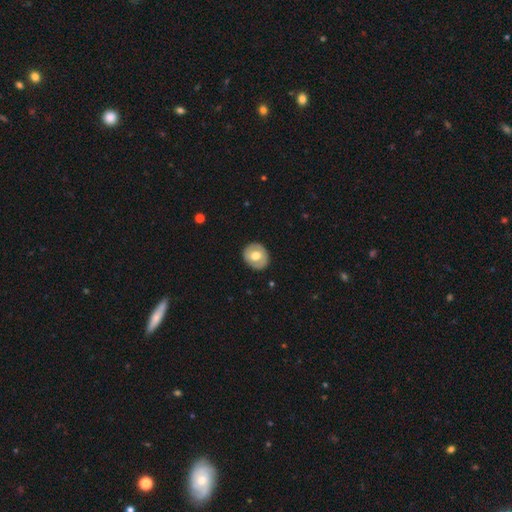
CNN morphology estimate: smooth_or_featured: smooth (p=0.56) [alt: featured or disk p=0.38]
how_rounded: round (p=0.76) [alt: in between p=0.23]
merging: none (p=0.87) [alt: minor disturbance p=0.10]